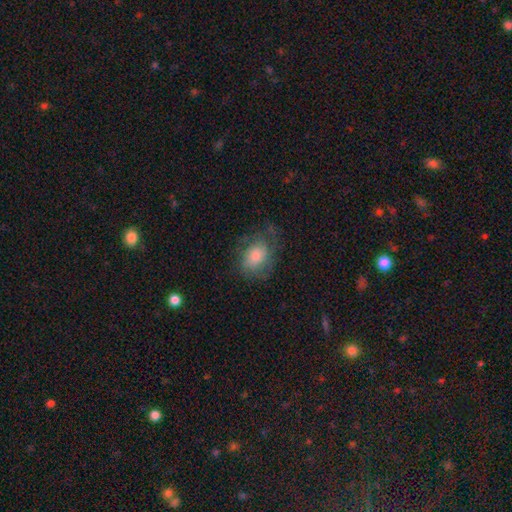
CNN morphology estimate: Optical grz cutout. It shows a smooth galaxy with no disk features (55%) that is in between round and cigar-shaped (64%). Merging: none (57%).